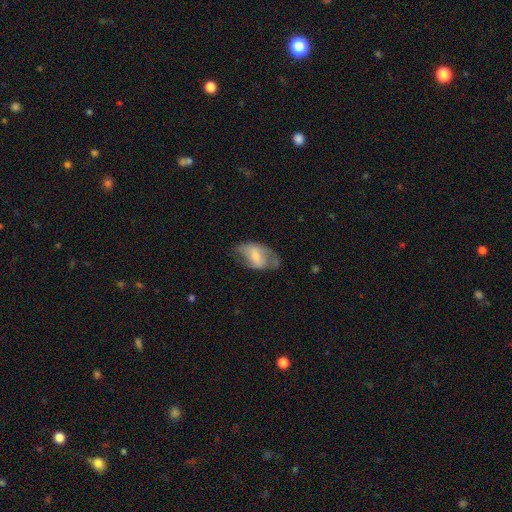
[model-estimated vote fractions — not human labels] Morphology: type=featured or disk (48%); merging=none (50%).